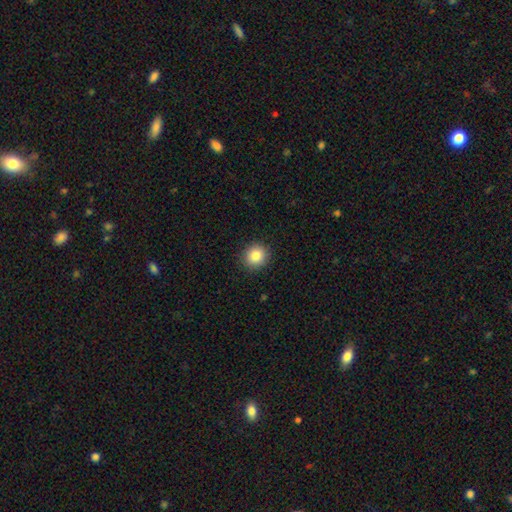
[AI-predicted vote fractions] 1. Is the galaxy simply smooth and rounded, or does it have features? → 84% smooth, 10% star or artifact, 6% featured or disk.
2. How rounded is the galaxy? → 90% round, 9% in between, 1% cigar-shaped.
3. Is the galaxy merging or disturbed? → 91% none, 6% minor disturbance, 2% major disturbance, 1% merger.